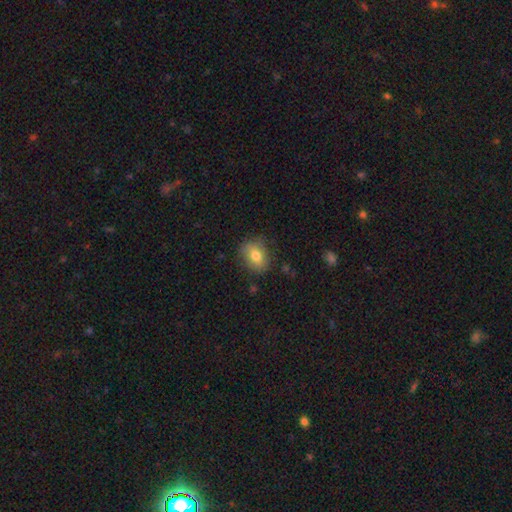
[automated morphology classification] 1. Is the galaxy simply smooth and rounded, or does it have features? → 76% smooth, 15% featured or disk, 9% star or artifact.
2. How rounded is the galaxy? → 54% in between, 45% round, 1% cigar-shaped.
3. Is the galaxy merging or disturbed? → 78% none, 17% minor disturbance, 4% major disturbance, 1% merger.